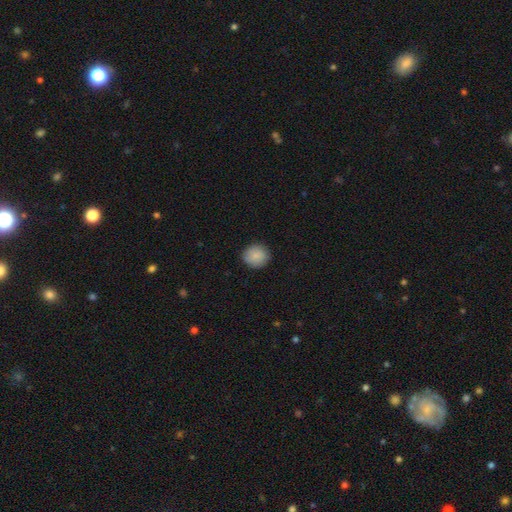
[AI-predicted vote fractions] The model was most divided on "how rounded": round: 87%, in between: 12%, cigar-shaped: 1%. More confident: merging — none (89%); smooth or featured — smooth (87%).